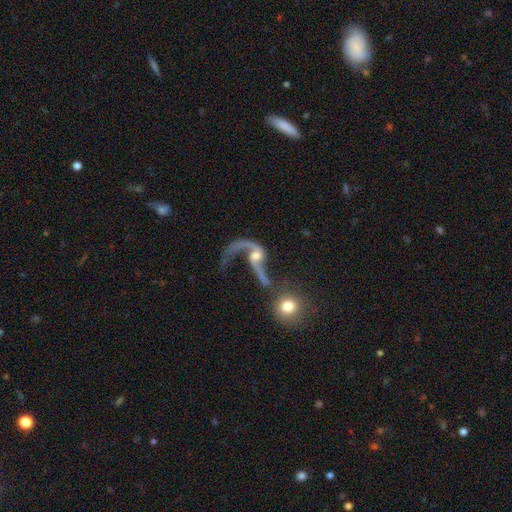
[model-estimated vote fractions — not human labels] The model was most divided on "merging": major disturbance: 32%, none: 31%, merger: 24%, minor disturbance: 13%. More confident: edge-on disk — no (95%); spiral arms — yes (91%); spiral winding — loose (90%); smooth or featured — featured or disk (84%); spiral arm count — 2 (73%); bar — no (58%); bulge size — moderate (52%).